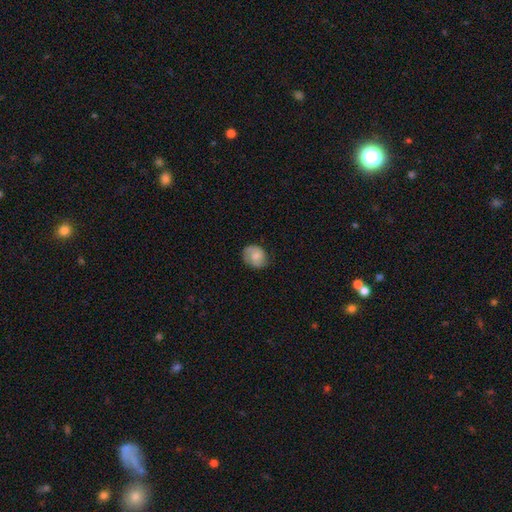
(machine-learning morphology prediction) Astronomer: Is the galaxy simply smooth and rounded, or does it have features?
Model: smooth — 61%.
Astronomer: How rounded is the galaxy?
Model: round — 62% (runner-up: in between, 37%).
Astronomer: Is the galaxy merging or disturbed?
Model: none — 70%.